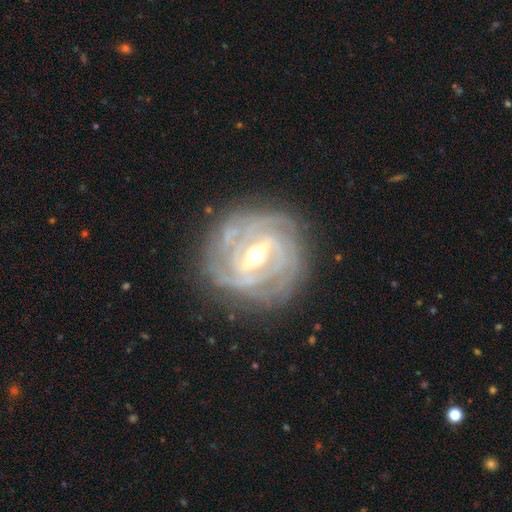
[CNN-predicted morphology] Smooth or featured? featured or disk (91%)
Edge-on disk? no (96%)
Bar? strong (54%)
Spiral arms? yes (98%)
Spiral winding? tight (78%)
Spiral arm count? 3 (27%)
Bulge size? moderate (64%)
Merging? none (81%)